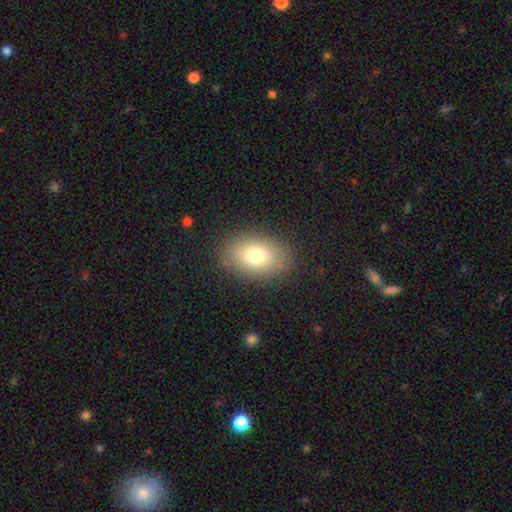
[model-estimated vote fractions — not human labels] smooth-or-featured: smooth: 76% | featured or disk: 13% | star or artifact: 11%
  how-rounded: in between: 83% | round: 15% | cigar-shaped: 1%
  merging: none: 85% | minor disturbance: 10% | major disturbance: 4% | merger: 1%